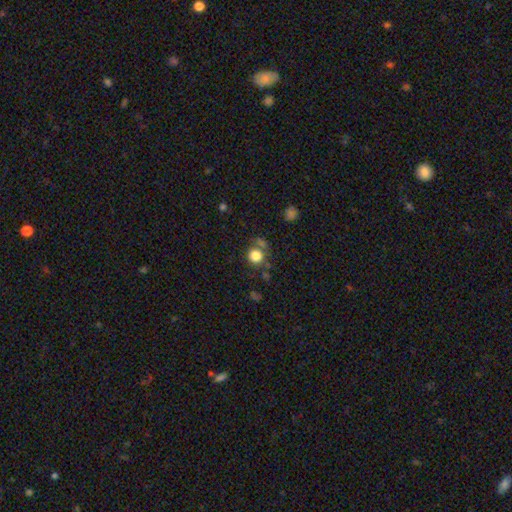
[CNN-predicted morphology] The model was most divided on "merging": none: 71%, minor disturbance: 12%, merger: 11%, major disturbance: 6%. More confident: how rounded — round (89%); smooth or featured — smooth (82%).